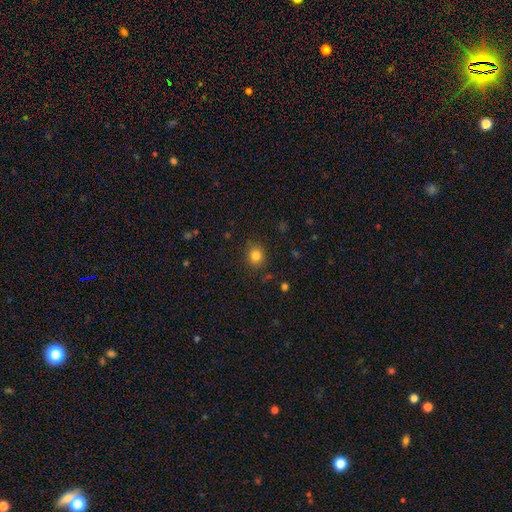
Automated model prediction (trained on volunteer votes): Smooth or featured: smooth — 82% (star or artifact — 12%)
How rounded: round — 75% (in between — 24%)
Merging: none — 87% (minor disturbance — 9%)